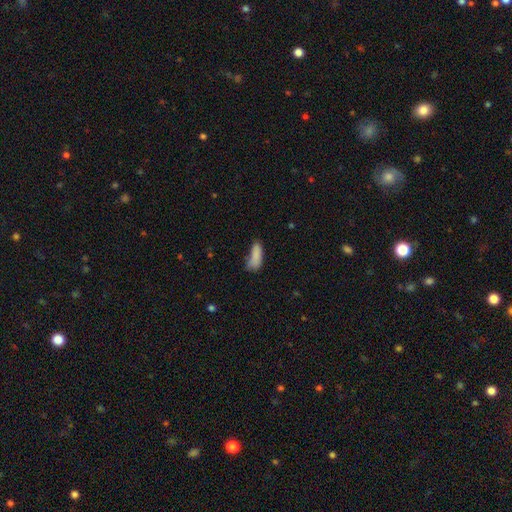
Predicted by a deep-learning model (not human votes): A smooth galaxy with no disk features (85%) that is in between round and cigar-shaped (65%).

Vote fractions:
- Smooth or featured? smooth: 85% / star or artifact: 9% / featured or disk: 7%
- How rounded? in between: 65% / cigar-shaped: 33% / round: 2%
- Merging? none: 50% / minor disturbance: 32% / major disturbance: 13% / merger: 5%